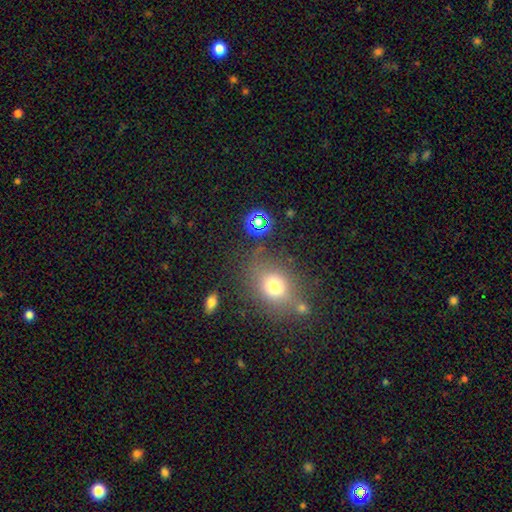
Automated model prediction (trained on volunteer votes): A smooth galaxy with no disk features (67%) that is round (55%).

Vote fractions:
- Smooth or featured? smooth: 67% / star or artifact: 21% / featured or disk: 12%
- How rounded? round: 55% / in between: 43% / cigar-shaped: 2%
- Merging? none: 74% / minor disturbance: 13% / merger: 8% / major disturbance: 4%